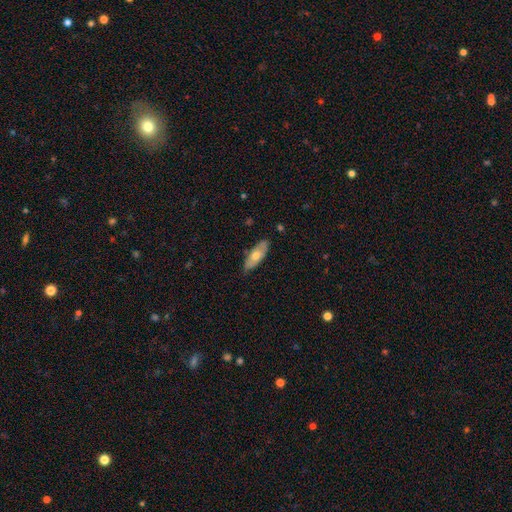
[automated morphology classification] smooth 58%, featured or disk 36%, star or artifact 6%. Down the decision tree: how rounded — in between (74%); merging — none (80%).